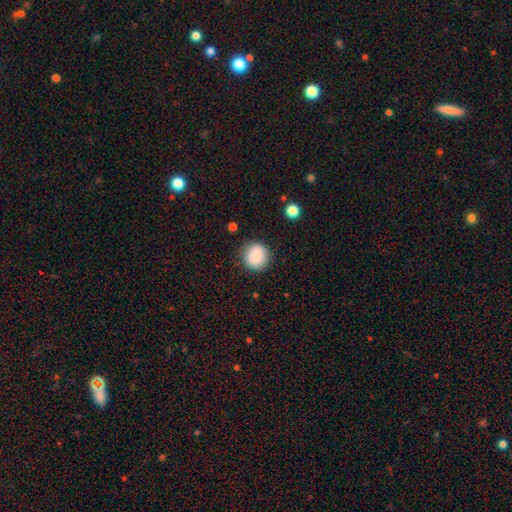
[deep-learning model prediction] Morphology: type=smooth (84%); roundness=round (87%); merging=none (82%).